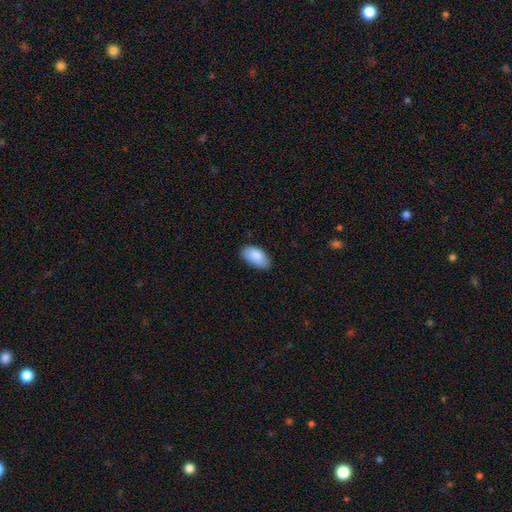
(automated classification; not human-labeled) Smooth or featured? Predicted: smooth (p=0.87). How rounded? Predicted: in between (p=0.95). Merging? Predicted: none (p=0.79).